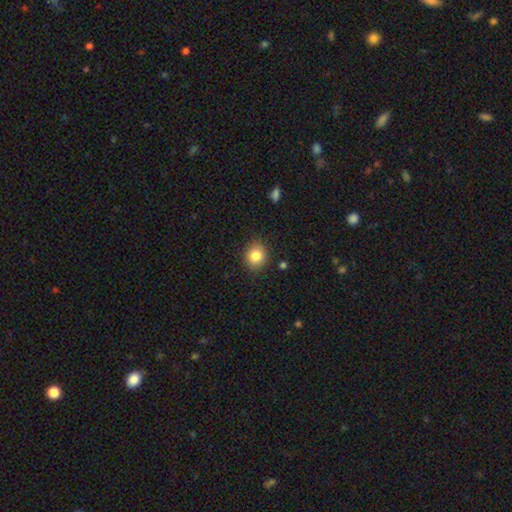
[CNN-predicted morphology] Smooth or featured? Predicted: smooth (p=0.84). How rounded? Predicted: round (p=0.74). Merging? Predicted: none (p=0.89).